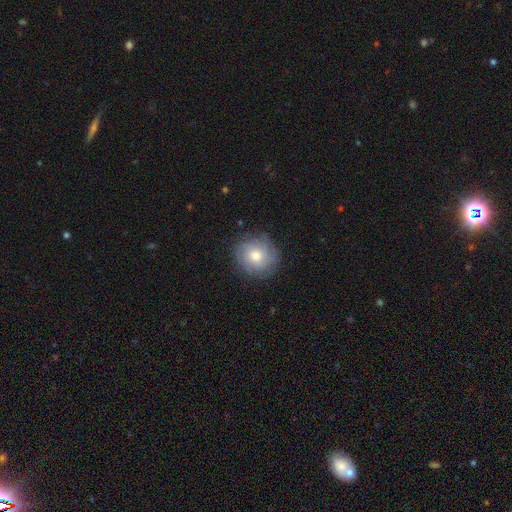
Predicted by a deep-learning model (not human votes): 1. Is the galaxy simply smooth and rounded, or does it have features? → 53% smooth, 37% featured or disk, 9% star or artifact.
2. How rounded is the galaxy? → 86% round, 13% in between, 1% cigar-shaped.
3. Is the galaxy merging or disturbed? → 81% none, 14% minor disturbance, 4% major disturbance, 1% merger.